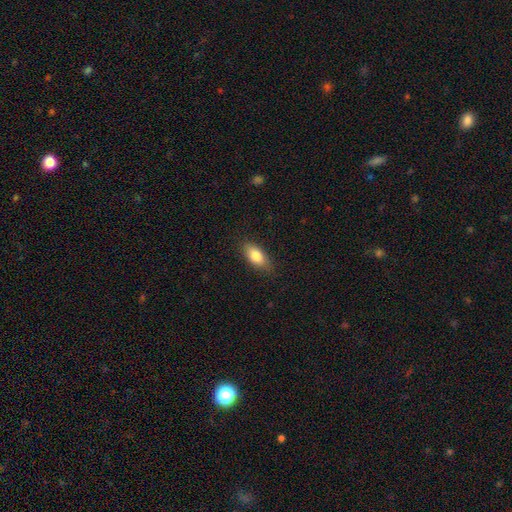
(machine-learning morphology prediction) smooth 83%, featured or disk 10%, star or artifact 7%. Down the decision tree: how rounded — in between (88%); merging — none (83%).